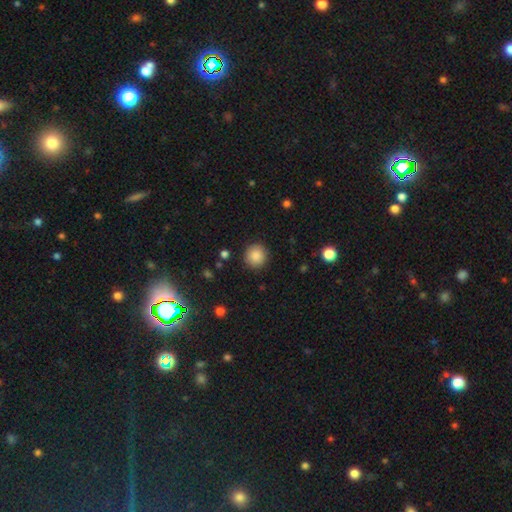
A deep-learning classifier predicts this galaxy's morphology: Smooth or featured?
  - smooth: 86% *
  - star or artifact: 10%
  - featured or disk: 4%
How rounded?
  - round: 93% *
  - in between: 6%
  - cigar-shaped: 1%
Merging?
  - none: 91% *
  - minor disturbance: 6%
  - major disturbance: 2%
  - merger: 1%